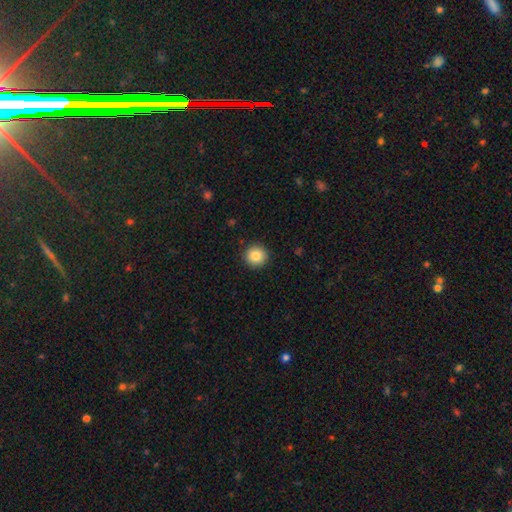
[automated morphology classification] Overall: smooth (85%). How rounded: round (93%). Merging: none (92%).